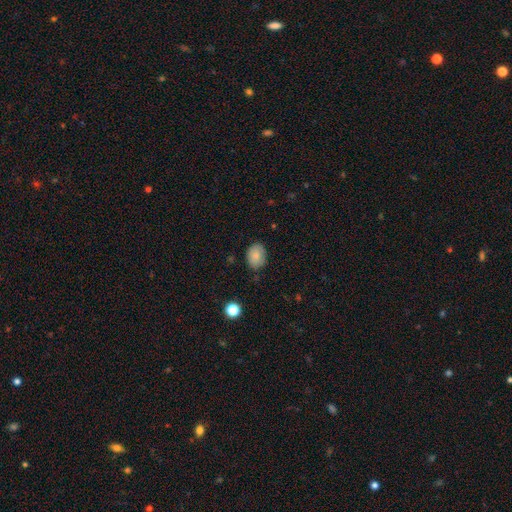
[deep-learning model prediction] Smooth or featured? Predicted: smooth (p=0.83). How rounded? Predicted: in between (p=0.67). Merging? Predicted: none (p=0.79).